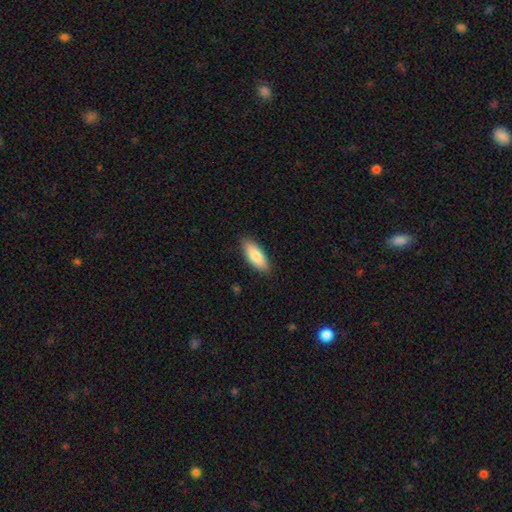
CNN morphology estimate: smooth 83%, featured or disk 11%, star or artifact 6%. Down the decision tree: how rounded — in between (78%); merging — none (87%).